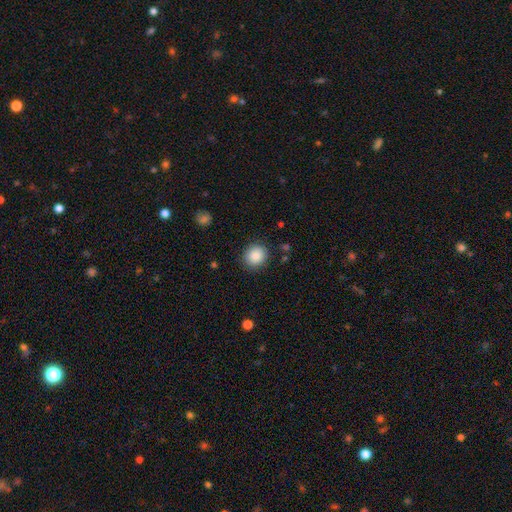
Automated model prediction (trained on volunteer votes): smooth_or_featured: smooth (p=0.88) [alt: star or artifact p=0.08]
how_rounded: round (p=0.82) [alt: in between p=0.17]
merging: none (p=0.87) [alt: minor disturbance p=0.09]